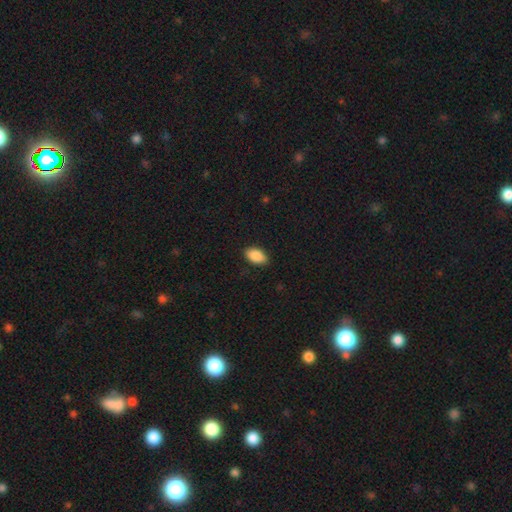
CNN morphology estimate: The model was most divided on "merging": none: 88%, minor disturbance: 9%, major disturbance: 2%, merger: 1%. More confident: how rounded — in between (94%); smooth or featured — smooth (90%).